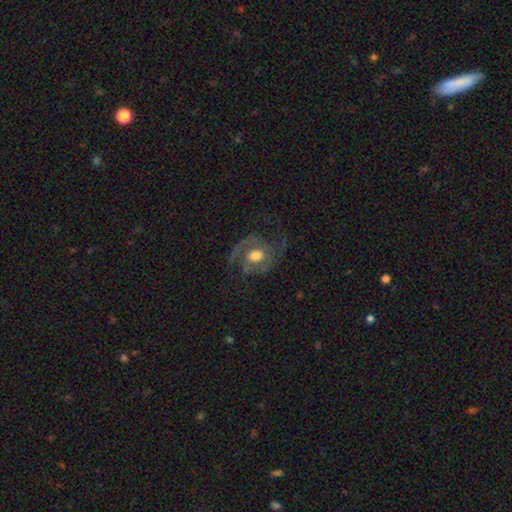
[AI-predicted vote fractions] A featured or disk galaxy (81%) with no bar (62%), 2 (77%) medium (48%) spiral arms (91%) and a moderate central bulge (60%). Merging: none (58%).